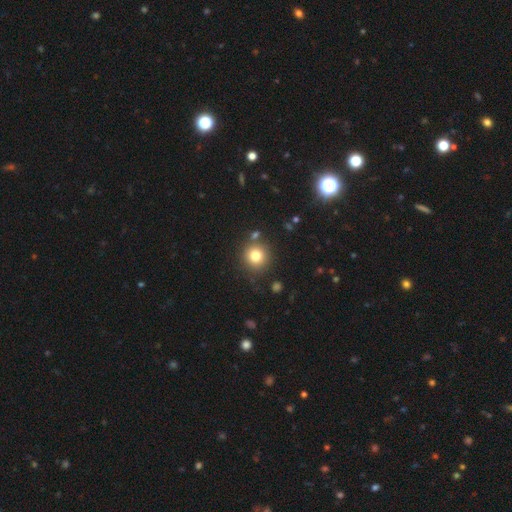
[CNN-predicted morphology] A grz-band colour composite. It shows a smooth galaxy with no disk features (79%) that is round (93%). Merging: none (82%).